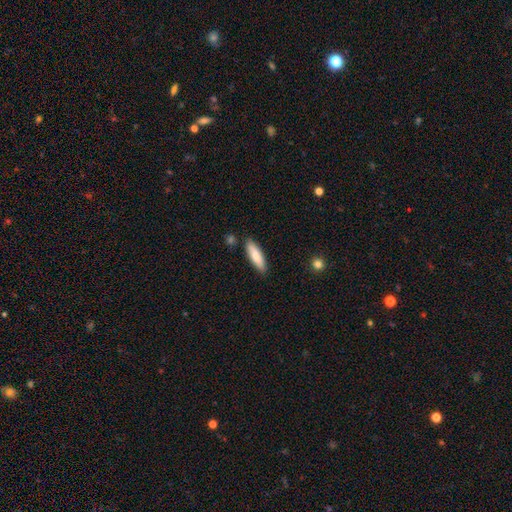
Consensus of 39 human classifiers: Smooth or featured? smooth (72%)
How rounded? cigar-shaped (71%)
Merging? none (84%)